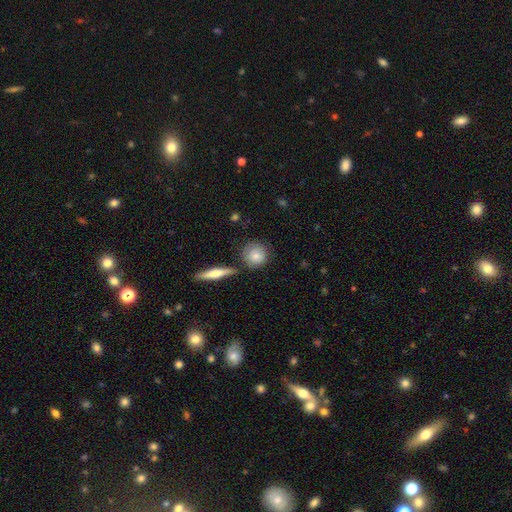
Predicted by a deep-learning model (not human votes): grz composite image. It shows a smooth galaxy with no disk features (77%) that is round (87%). Merging: none (75%).